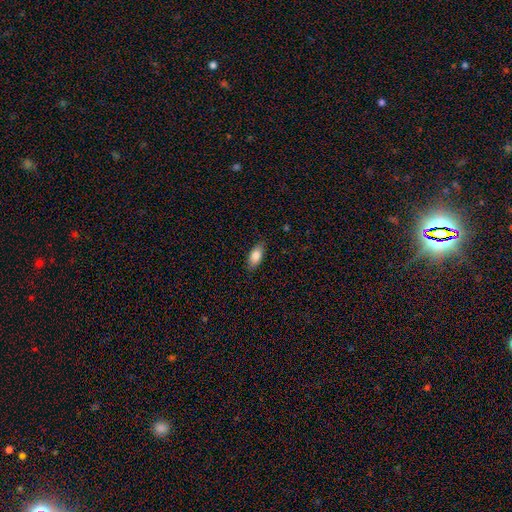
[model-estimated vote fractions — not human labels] smooth_or_featured: smooth (p=0.83) [alt: featured or disk p=0.10]
how_rounded: in between (p=0.88) [alt: cigar-shaped p=0.09]
merging: none (p=0.84) [alt: minor disturbance p=0.13]